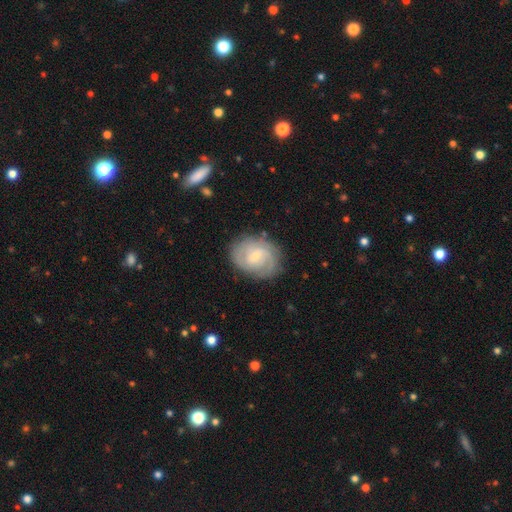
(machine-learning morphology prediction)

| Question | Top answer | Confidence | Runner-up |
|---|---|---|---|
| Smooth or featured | featured or disk | 75% | smooth (19%) |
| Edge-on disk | no | 97% | yes (3%) |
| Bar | weak | 50% | no (42%) |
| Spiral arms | yes | 92% | no (8%) |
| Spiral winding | tight | 55% | medium (35%) |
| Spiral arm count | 2 | 43% | can't tell (28%) |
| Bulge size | small | 69% | moderate (27%) |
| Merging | none | 78% | minor disturbance (15%) |